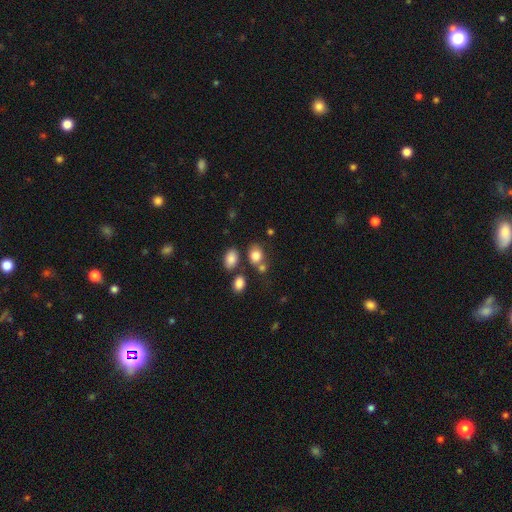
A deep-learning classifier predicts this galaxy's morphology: Overall: smooth (81%). How rounded: in between (53%; round 46%). Merging: none (58%; merger 22%).